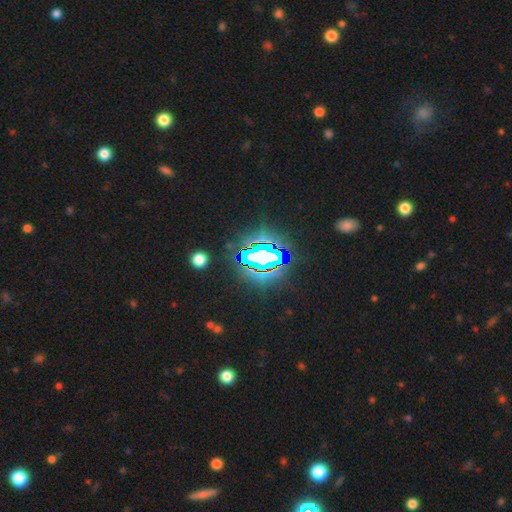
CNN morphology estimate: smooth-or-featured: star or artifact: 77% | featured or disk: 12% | smooth: 11%